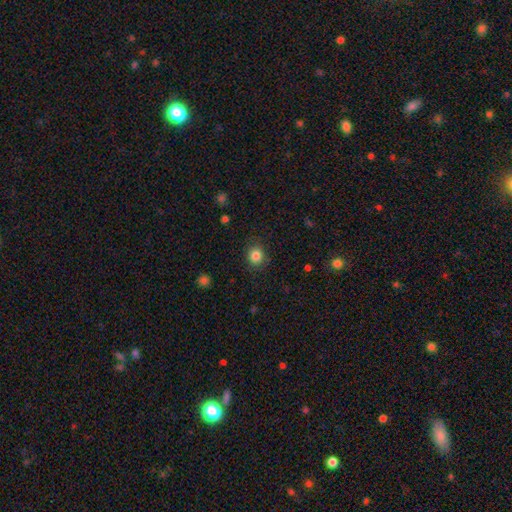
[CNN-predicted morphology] A smooth galaxy with no disk features (84%) that is round (77%). Merging: none (84%).